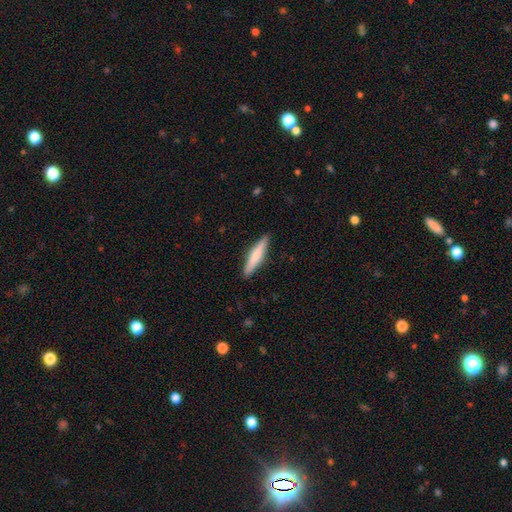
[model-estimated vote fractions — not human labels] Smooth or featured: smooth — 68% (featured or disk — 26%)
How rounded: cigar-shaped — 89% (in between — 10%)
Merging: none — 90% (minor disturbance — 7%)